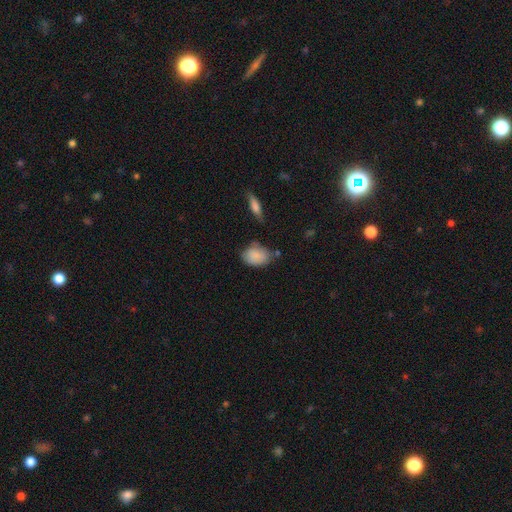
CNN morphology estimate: The model was most divided on "merging": none: 57%, minor disturbance: 30%, major disturbance: 7%, merger: 6%. More confident: smooth or featured — smooth (86%); how rounded — in between (79%).